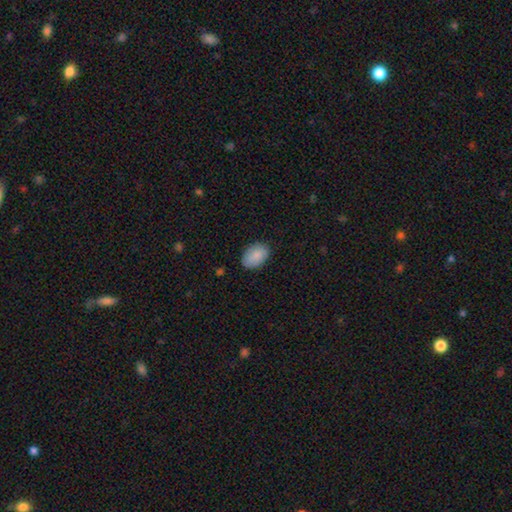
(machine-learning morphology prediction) The model was most divided on "merging": none: 84%, minor disturbance: 12%, major disturbance: 3%, merger: 1%. More confident: smooth or featured — smooth (88%); how rounded — in between (87%).